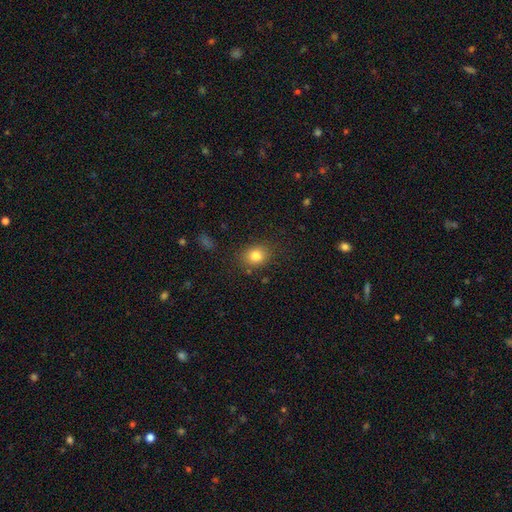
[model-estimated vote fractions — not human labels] A smooth galaxy with no disk features (82%) that is round (57%).

Vote fractions:
- Smooth or featured? smooth: 82% / star or artifact: 11% / featured or disk: 7%
- How rounded? round: 57% / in between: 42% / cigar-shaped: 1%
- Merging? none: 83% / minor disturbance: 11% / major disturbance: 4% / merger: 2%